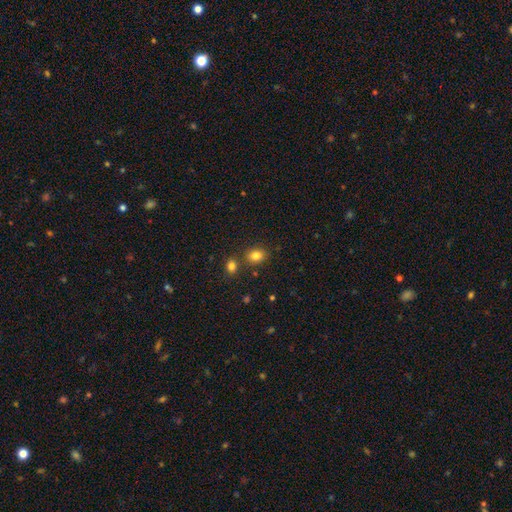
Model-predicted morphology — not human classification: This appears to be a smooth galaxy with no disk features (82%) that is in between round and cigar-shaped (52%). Merging: none (74%).